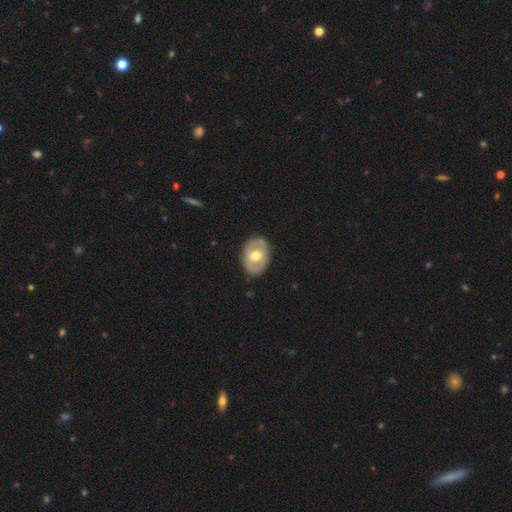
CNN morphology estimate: smooth_or_featured: featured or disk (p=0.53) [alt: smooth p=0.42]
disk_edge_on: no (p=0.93) [alt: yes p=0.07]
merging: none (p=0.82) [alt: minor disturbance p=0.13]